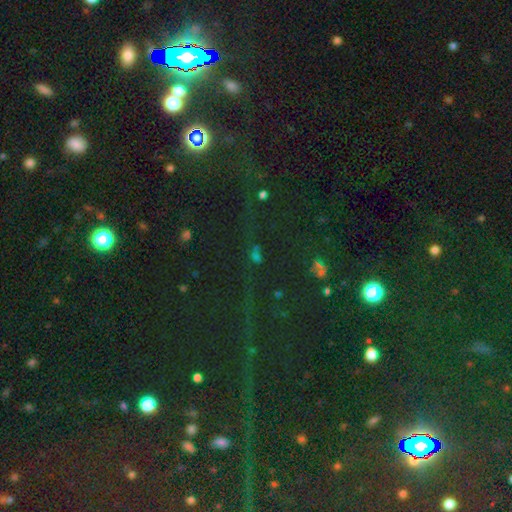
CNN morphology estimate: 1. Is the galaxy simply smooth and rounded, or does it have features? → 58% star or artifact, 30% smooth, 12% featured or disk.